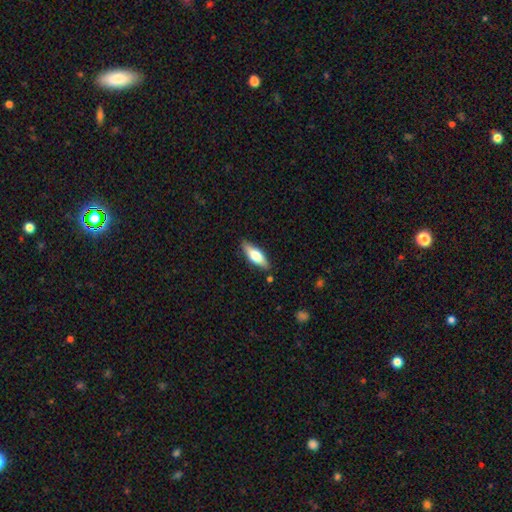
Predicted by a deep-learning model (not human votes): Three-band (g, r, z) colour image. It shows a smooth galaxy with no disk features (55%) that is in between round and cigar-shaped (58%). Merging: none (84%).